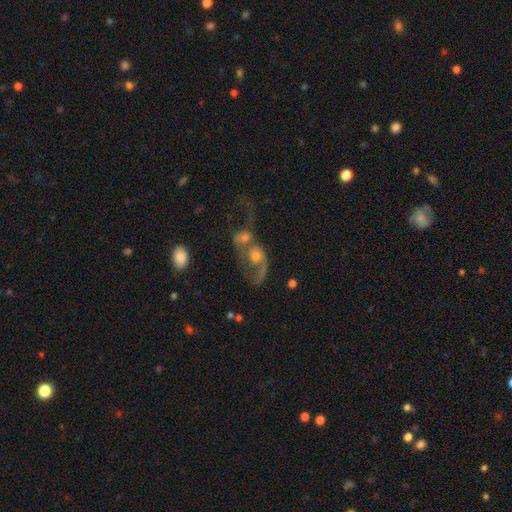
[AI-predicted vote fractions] featured or disk 55%, smooth 33%, star or artifact 12%. Down the decision tree: edge-on disk — no (94%); bar — no (79%); spiral arms — yes (62%); bulge size — moderate (54%); merging — merger (74%).